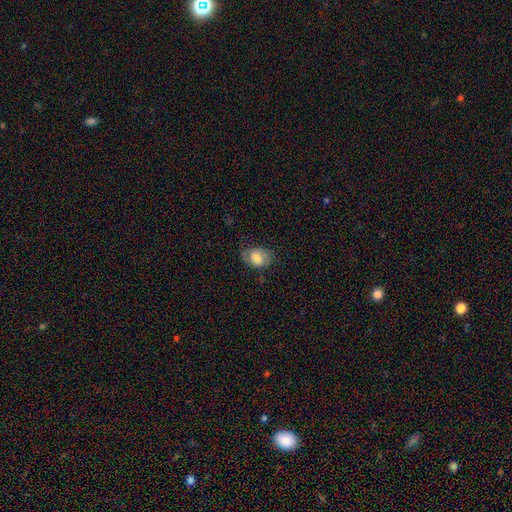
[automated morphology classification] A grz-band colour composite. It shows a smooth galaxy with no disk features (66%) that is in between round and cigar-shaped (75%). Merging: none (63%).